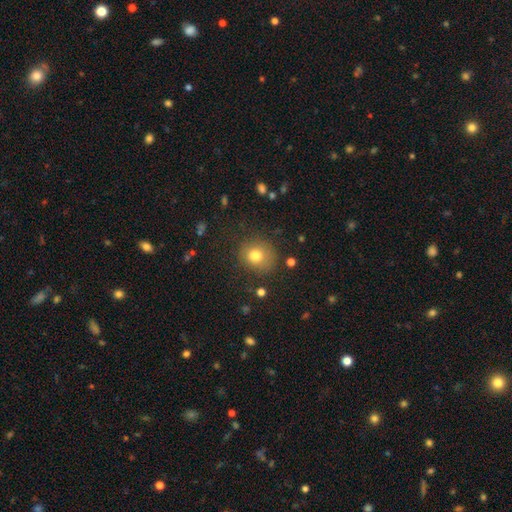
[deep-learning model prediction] The model was most divided on "how rounded": round: 80%, in between: 19%, cigar-shaped: 1%. More confident: smooth or featured — smooth (78%); merging — none (77%).